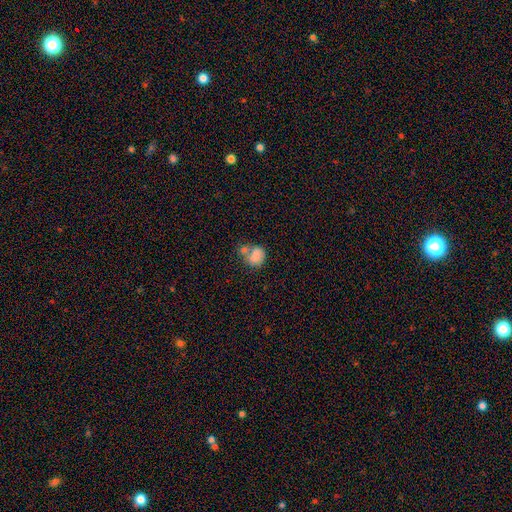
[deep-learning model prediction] Smooth or featured? smooth (78%)
How rounded? round (54%)
Merging? merger (46%)